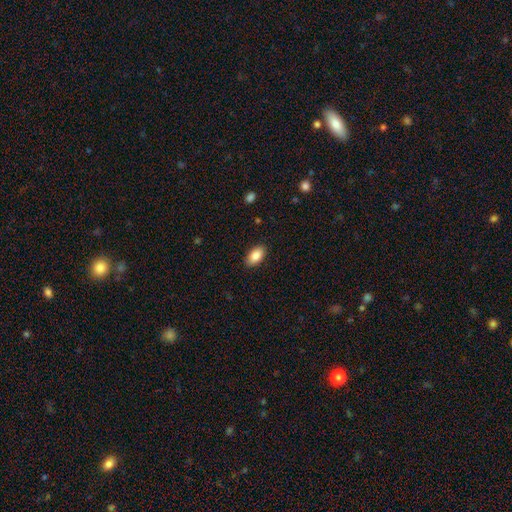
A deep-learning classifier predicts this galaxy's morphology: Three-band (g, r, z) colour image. It shows a smooth galaxy with no disk features (86%) that is in between round and cigar-shaped (94%). Merging: none (89%).